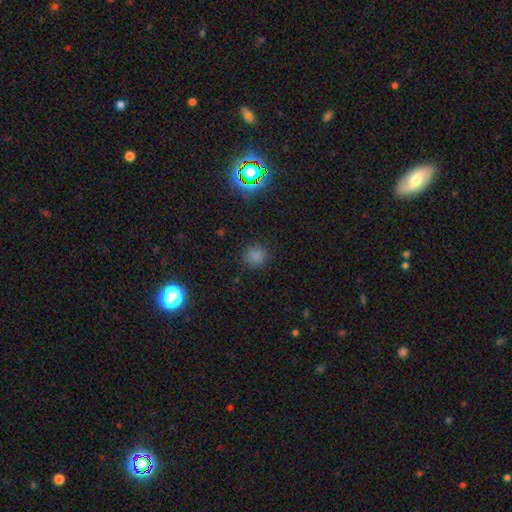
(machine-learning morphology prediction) smooth 78%, star or artifact 18%, featured or disk 4%. Down the decision tree: how rounded — round (87%); merging — none (86%).